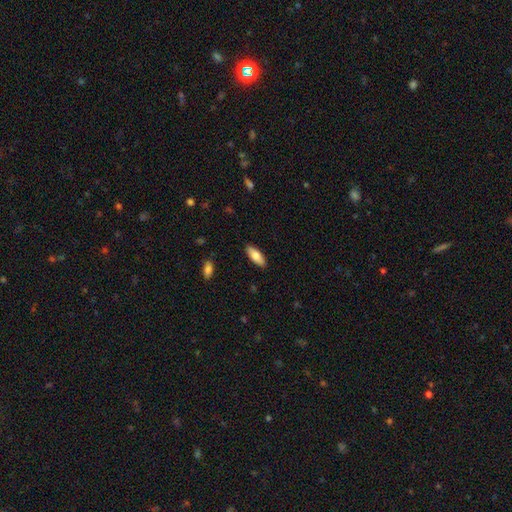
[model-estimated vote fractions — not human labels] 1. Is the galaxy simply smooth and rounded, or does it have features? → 78% smooth, 16% featured or disk, 6% star or artifact.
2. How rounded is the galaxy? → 75% in between, 23% cigar-shaped, 2% round.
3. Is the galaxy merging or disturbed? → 89% none, 8% minor disturbance, 2% major disturbance, 1% merger.